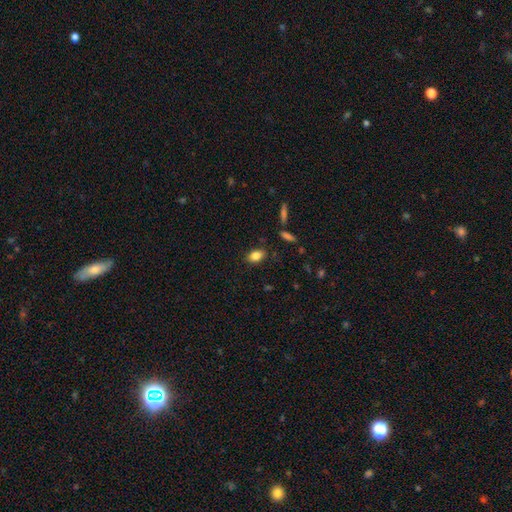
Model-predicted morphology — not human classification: This appears to be a smooth galaxy with no disk features (84%) that is in between round and cigar-shaped (84%). Merging: none (84%).